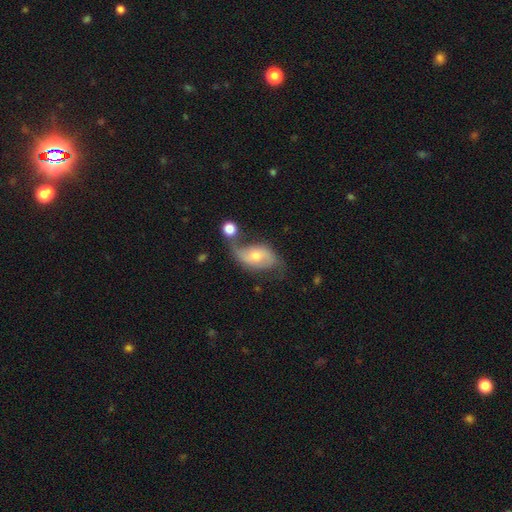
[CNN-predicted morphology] Smooth or featured? Predicted: featured or disk (p=0.67). Edge-on disk? Predicted: no (p=0.95). Bar? Predicted: no (p=0.57). Spiral arms? Predicted: yes (p=0.85). Spiral winding? Predicted: loose (p=0.66). Spiral arm count? Predicted: 2 (p=0.81). Bulge size? Predicted: moderate (p=0.59). Merging? Predicted: none (p=0.41).